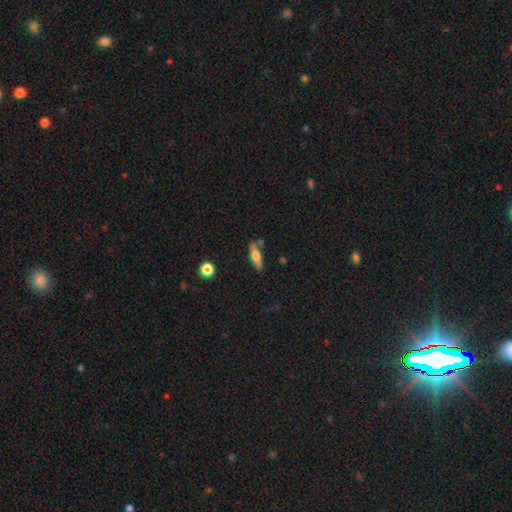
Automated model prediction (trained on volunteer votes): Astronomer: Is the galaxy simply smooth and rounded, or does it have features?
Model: smooth — 48% (runner-up: featured or disk, 46%).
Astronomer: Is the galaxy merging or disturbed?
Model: none — 75%.